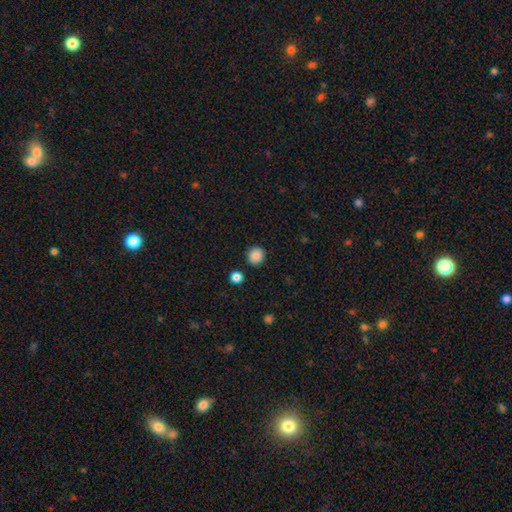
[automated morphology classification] A smooth galaxy with no disk features (87%) that is round (90%). Merging: none (90%).